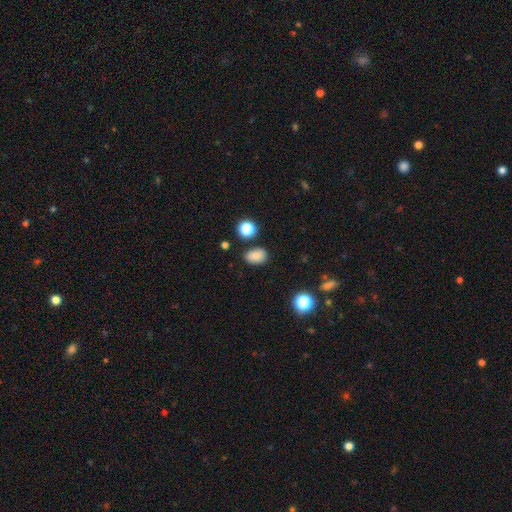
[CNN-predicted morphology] Smooth or featured? smooth (81%)
How rounded? in between (76%)
Merging? none (79%)